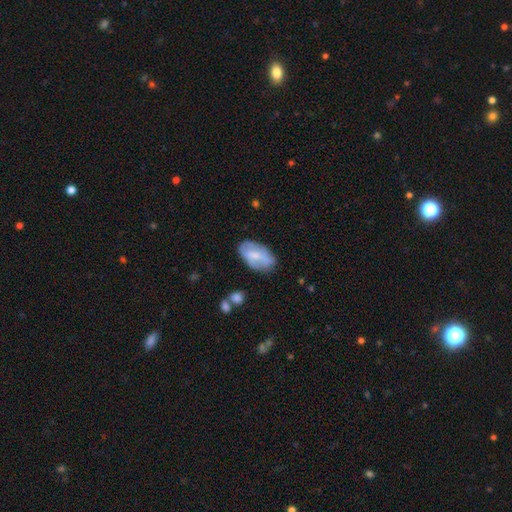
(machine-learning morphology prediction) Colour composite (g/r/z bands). It shows a smooth galaxy with no disk features (53%) that is in between round and cigar-shaped (93%). Merging: none (68%).